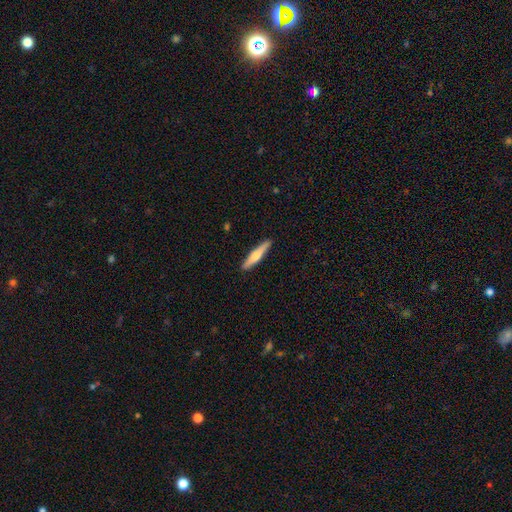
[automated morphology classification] A smooth galaxy with no disk features (53%) that is cigar-shaped (90%).

Vote fractions:
- Smooth or featured? smooth: 53% / featured or disk: 42% / star or artifact: 5%
- How rounded? cigar-shaped: 90% / in between: 9% / round: 1%
- Merging? none: 90% / minor disturbance: 7% / major disturbance: 1% / merger: 1%